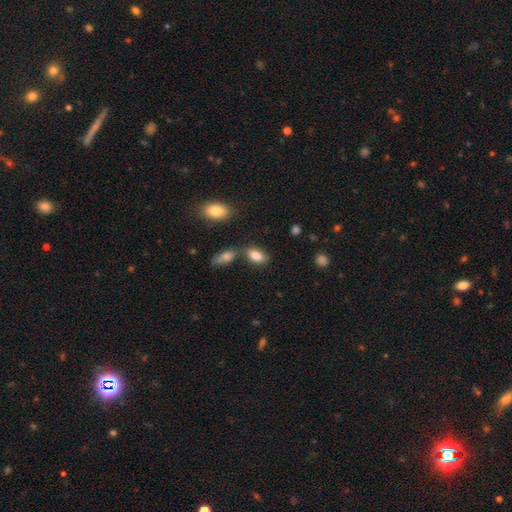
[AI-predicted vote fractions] Smooth or featured: smooth — 85% (star or artifact — 8%)
How rounded: in between — 90% (round — 7%)
Merging: none — 66% (merger — 15%)